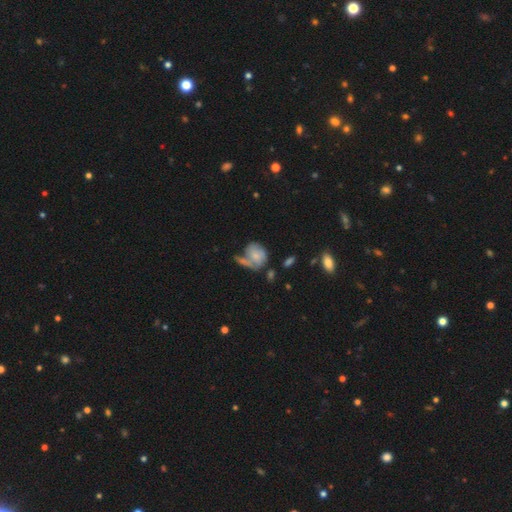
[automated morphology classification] smooth 50%, featured or disk 41%, star or artifact 9%. Down the decision tree: how rounded — round (53%); merging — none (32%).